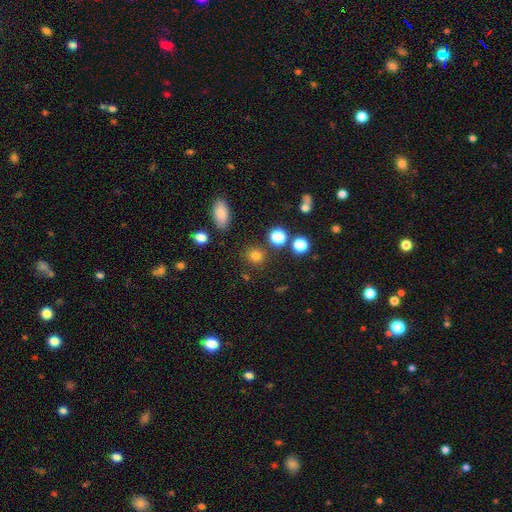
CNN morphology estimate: type=smooth (80%); roundness=round (85%); merging=none (83%).